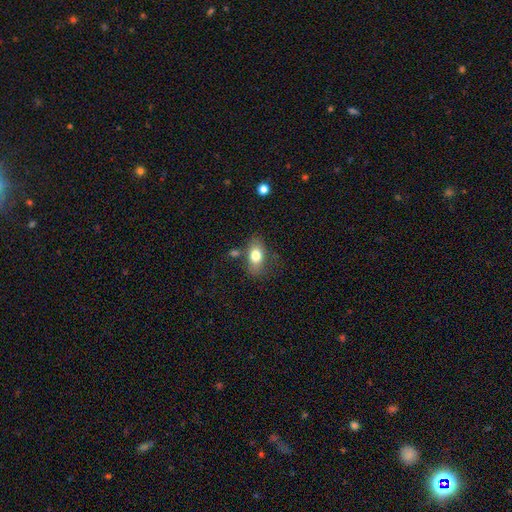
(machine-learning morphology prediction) Overall: smooth (76%). How rounded: in between (85%). Merging: none (66%).